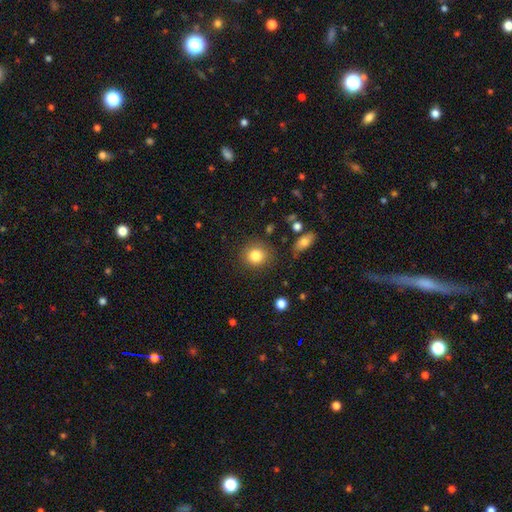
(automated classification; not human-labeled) Smooth or featured: smooth — 83% (star or artifact — 10%)
How rounded: round — 85% (in between — 14%)
Merging: none — 85% (minor disturbance — 9%)